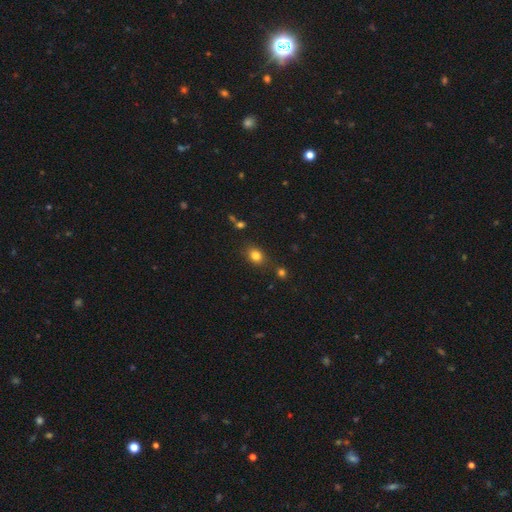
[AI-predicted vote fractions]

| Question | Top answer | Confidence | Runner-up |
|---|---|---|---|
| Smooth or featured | smooth | 81% | star or artifact (13%) |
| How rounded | in between | 50% | round (48%) |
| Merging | none | 76% | minor disturbance (14%) |